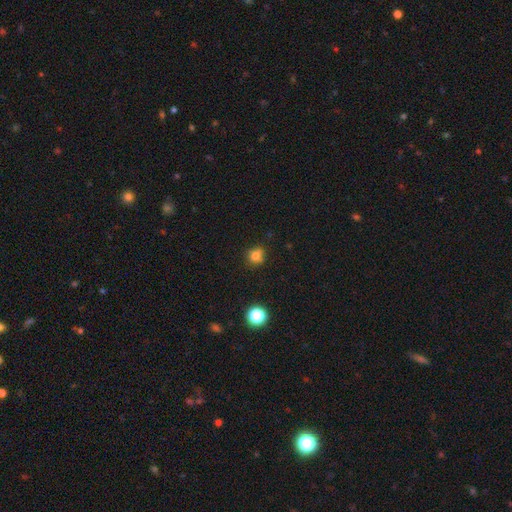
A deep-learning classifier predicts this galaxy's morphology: Smooth or featured? smooth (78%)
How rounded? round (84%)
Merging? none (68%)